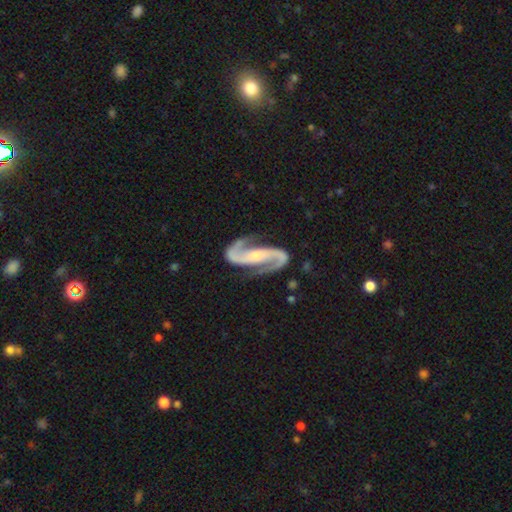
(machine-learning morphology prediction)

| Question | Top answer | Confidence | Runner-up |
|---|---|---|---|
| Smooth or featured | featured or disk | 94% | star or artifact (4%) |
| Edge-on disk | no | 97% | yes (3%) |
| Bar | strong | 40% | weak (31%) |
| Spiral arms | yes | 98% | no (2%) |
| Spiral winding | medium | 57% | loose (26%) |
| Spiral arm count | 2 | 95% | can't tell (1%) |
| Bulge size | small | 50% | moderate (34%) |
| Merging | none | 81% | minor disturbance (12%) |